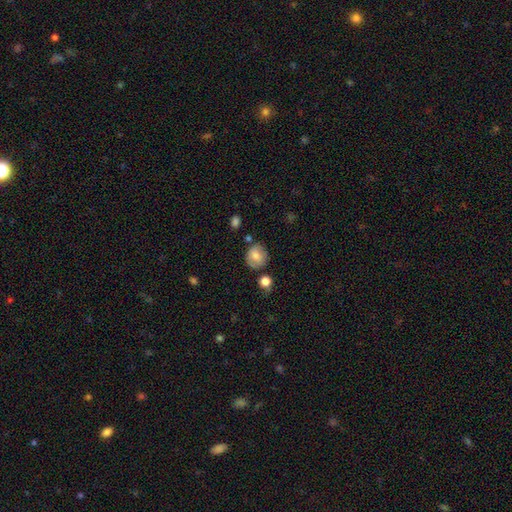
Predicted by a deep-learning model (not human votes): smooth_or_featured: smooth (p=0.75) [alt: featured or disk p=0.17]
how_rounded: round (p=0.79) [alt: in between p=0.20]
merging: none (p=0.74) [alt: minor disturbance p=0.15]